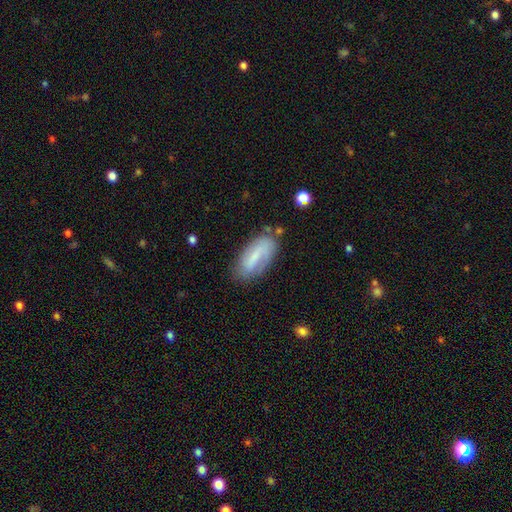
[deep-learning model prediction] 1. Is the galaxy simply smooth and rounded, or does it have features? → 54% smooth, 38% featured or disk, 8% star or artifact.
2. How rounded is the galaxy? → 80% in between, 17% cigar-shaped, 2% round.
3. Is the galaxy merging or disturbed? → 67% none, 23% minor disturbance, 7% major disturbance, 3% merger.